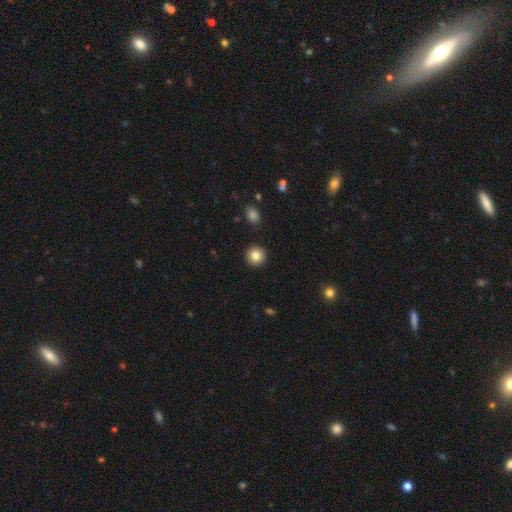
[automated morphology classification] Smooth or featured? Predicted: smooth (p=0.83). How rounded? Predicted: round (p=0.94). Merging? Predicted: none (p=0.92).